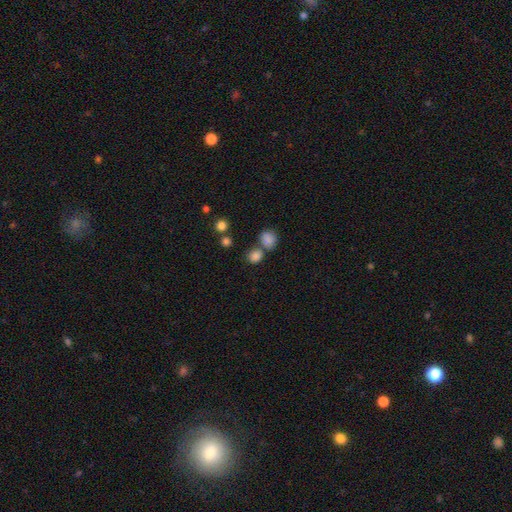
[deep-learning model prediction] A smooth galaxy with no disk features (82%) that is round (72%).

Vote fractions:
- Smooth or featured? smooth: 82% / star or artifact: 12% / featured or disk: 5%
- How rounded? round: 72% / in between: 27% / cigar-shaped: 1%
- Merging? none: 56% / merger: 31% / minor disturbance: 10% / major disturbance: 4%